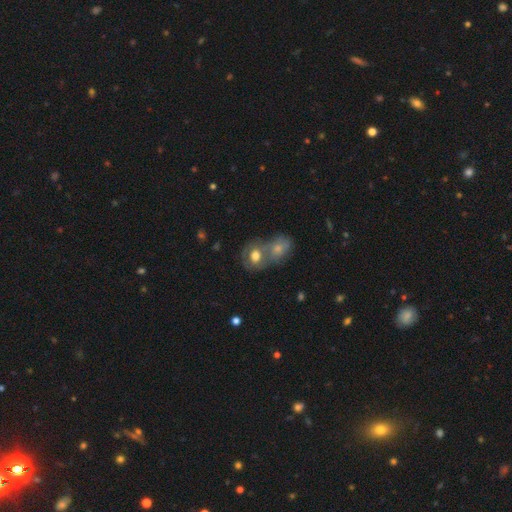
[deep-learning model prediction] Smooth or featured?
  - smooth: 62% *
  - featured or disk: 29%
  - star or artifact: 9%
How rounded?
  - in between: 50% *
  - round: 49%
  - cigar-shaped: 2%
Merging?
  - merger: 61% *
  - none: 26%
  - minor disturbance: 9%
  - major disturbance: 4%